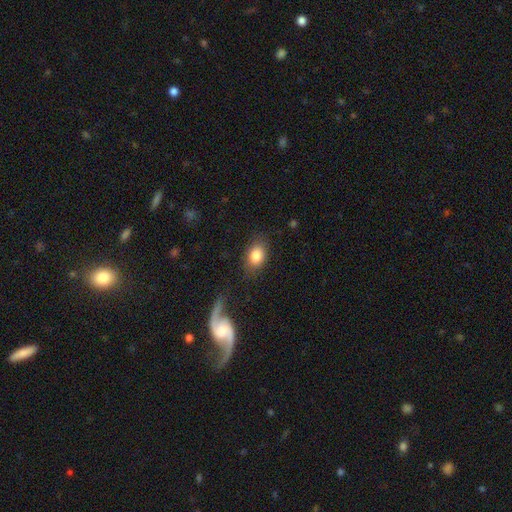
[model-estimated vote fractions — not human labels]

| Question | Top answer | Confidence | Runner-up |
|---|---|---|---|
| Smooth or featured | smooth | 83% | featured or disk (10%) |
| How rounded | in between | 77% | round (21%) |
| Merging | none | 79% | minor disturbance (13%) |